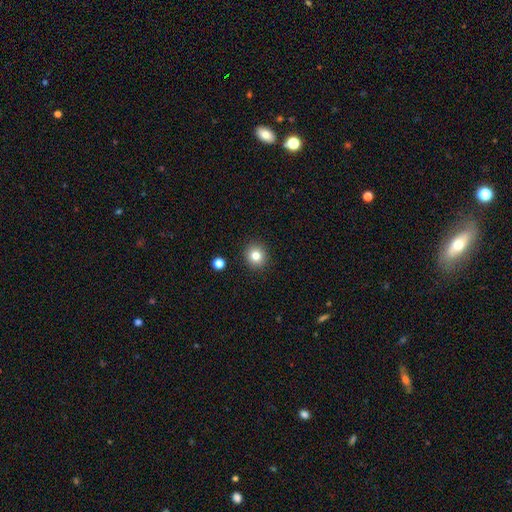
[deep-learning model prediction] Smooth or featured: smooth — 81% (star or artifact — 12%)
How rounded: round — 88% (in between — 11%)
Merging: none — 91% (minor disturbance — 6%)